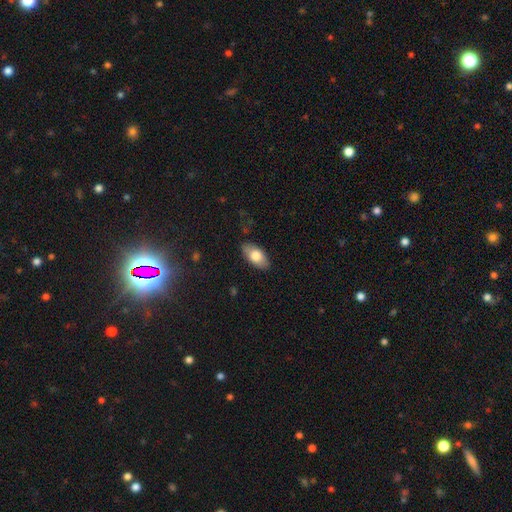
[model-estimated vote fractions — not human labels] This appears to be a smooth galaxy with no disk features (75%) that is in between round and cigar-shaped (92%). Merging: none (85%).